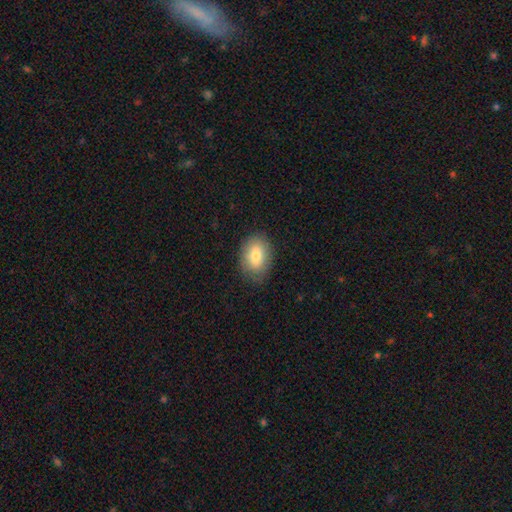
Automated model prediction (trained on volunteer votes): The model was most divided on "how rounded": in between: 83%, round: 16%, cigar-shaped: 1%. More confident: merging — none (83%); smooth or featured — smooth (80%).